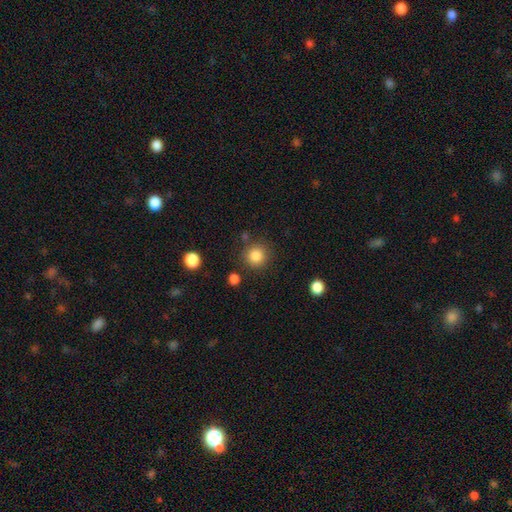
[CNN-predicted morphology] Smooth or featured? smooth (85%)
How rounded? round (93%)
Merging? none (84%)